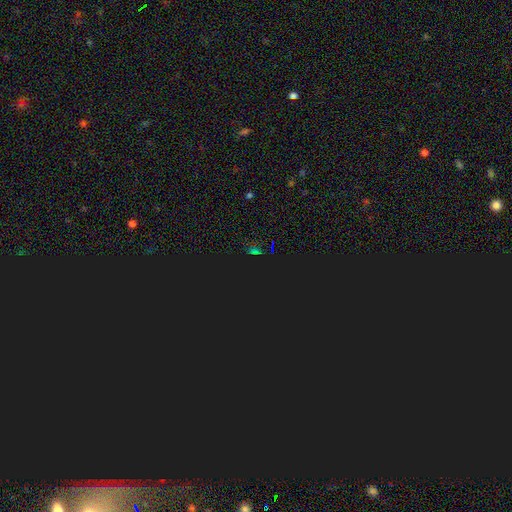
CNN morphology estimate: This is likely a star or artifact rather than a galaxy (76%).